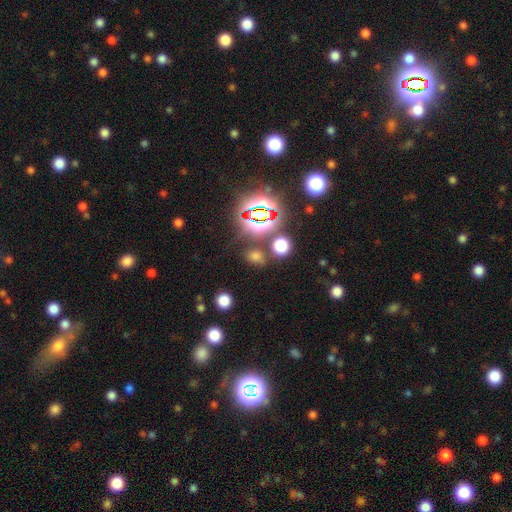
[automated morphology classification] type=smooth (54%); roundness=in between (51%); merging=none (74%).